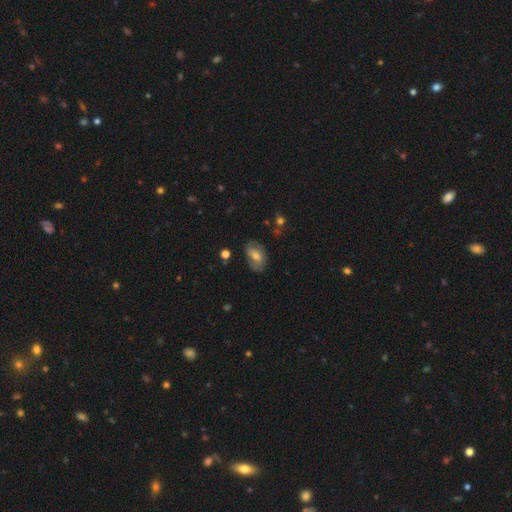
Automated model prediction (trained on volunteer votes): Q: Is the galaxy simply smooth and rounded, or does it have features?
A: smooth — 57%.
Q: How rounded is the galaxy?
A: in between — 86%.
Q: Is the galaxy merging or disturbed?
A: none — 68%.